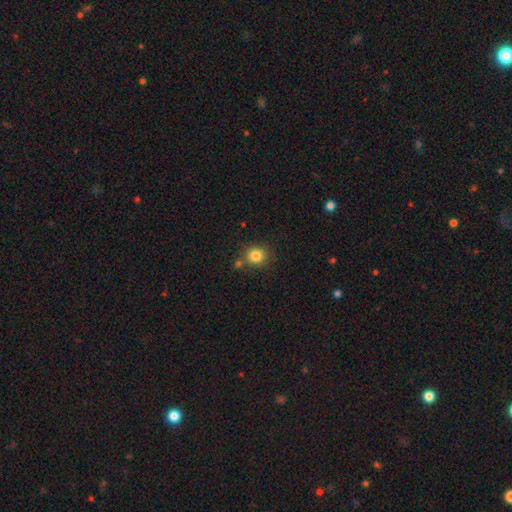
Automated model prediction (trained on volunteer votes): Smooth or featured? Predicted: smooth (p=0.83). How rounded? Predicted: round (p=0.85). Merging? Predicted: none (p=0.75).